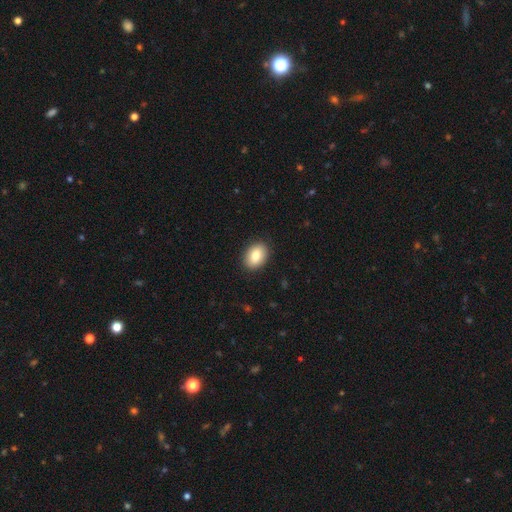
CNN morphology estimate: smooth 83%, featured or disk 10%, star or artifact 7%. Down the decision tree: how rounded — in between (79%); merging — none (90%).